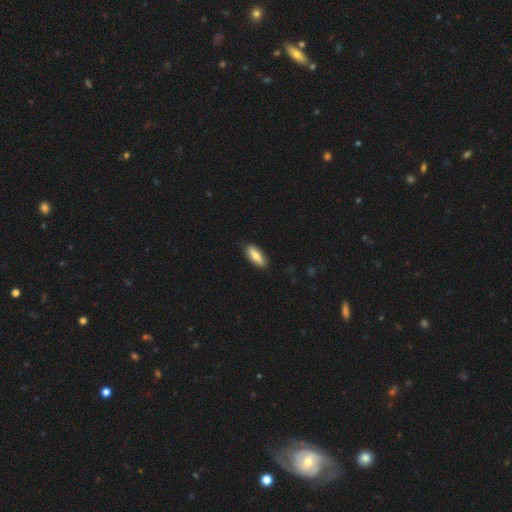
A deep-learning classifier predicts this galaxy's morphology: Smooth or featured? smooth (72%)
How rounded? in between (67%)
Merging? none (86%)